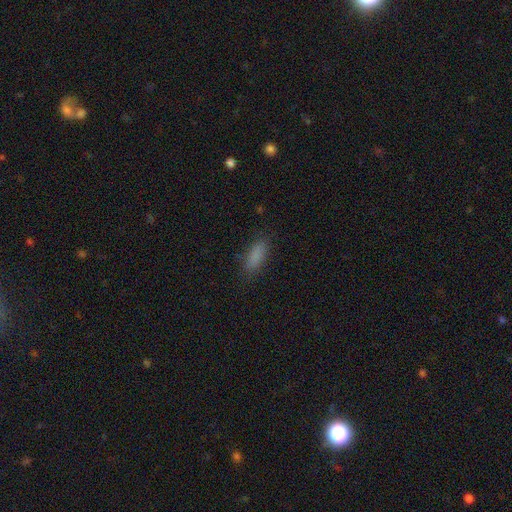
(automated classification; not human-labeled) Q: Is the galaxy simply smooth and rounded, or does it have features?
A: smooth — 85%.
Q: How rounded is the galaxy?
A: in between — 64%.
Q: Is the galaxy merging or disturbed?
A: none — 84%.